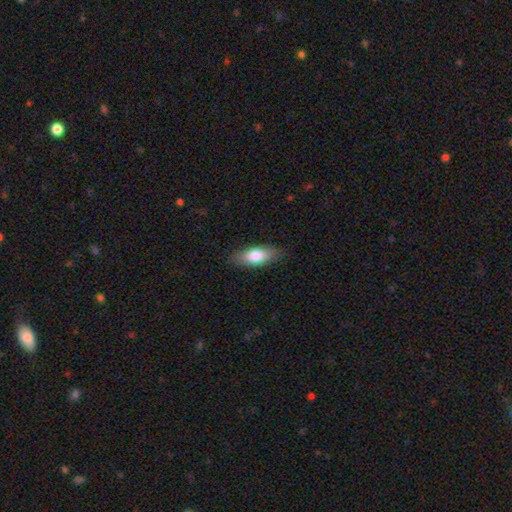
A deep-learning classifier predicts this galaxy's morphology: Overall: smooth (78%). How rounded: in between (78%). Merging: none (84%).